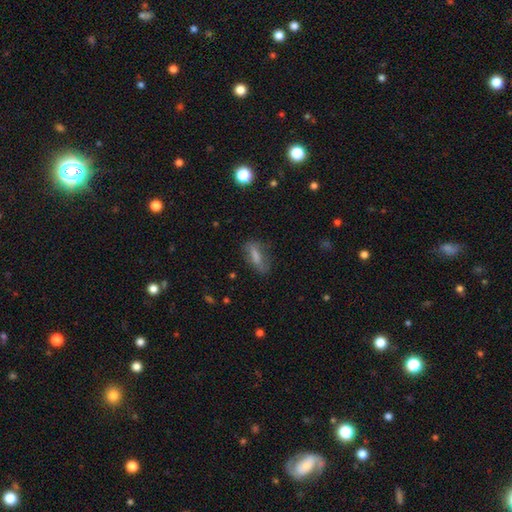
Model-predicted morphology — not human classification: smooth 67%, featured or disk 23%, star or artifact 10%. Down the decision tree: how rounded — in between (59%); merging — none (62%).